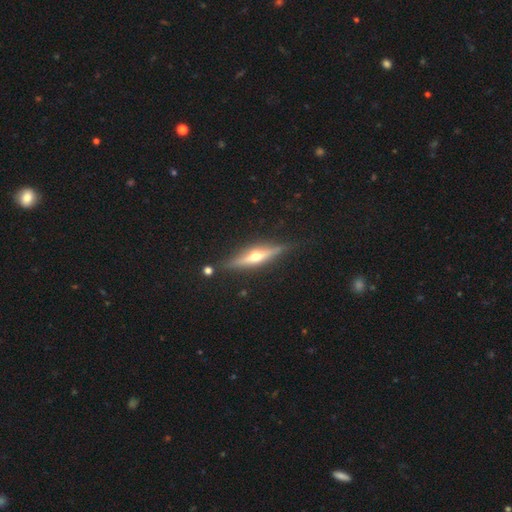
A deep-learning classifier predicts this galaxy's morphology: Smooth or featured? featured or disk (74%)
Edge-on disk? yes (95%)
Edge-on bulge? rounded (93%)
Merging? none (85%)